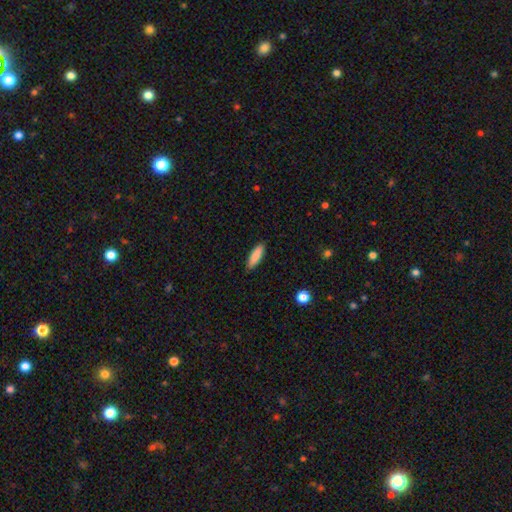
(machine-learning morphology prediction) A smooth galaxy with no disk features (87%) that is cigar-shaped (57%). Merging: none (88%).